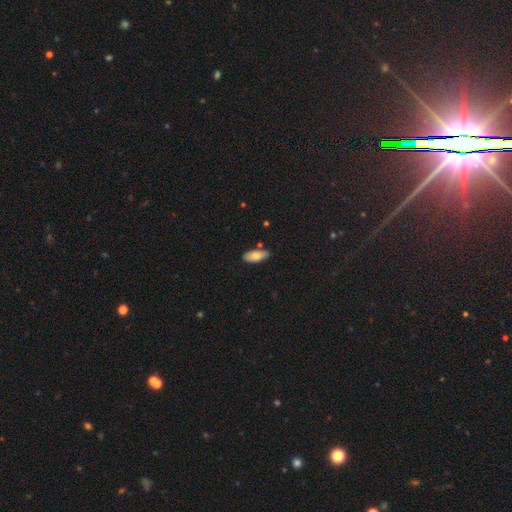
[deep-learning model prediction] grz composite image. It shows a smooth galaxy with no disk features (80%) that is in between round and cigar-shaped (83%). Merging: none (76%).